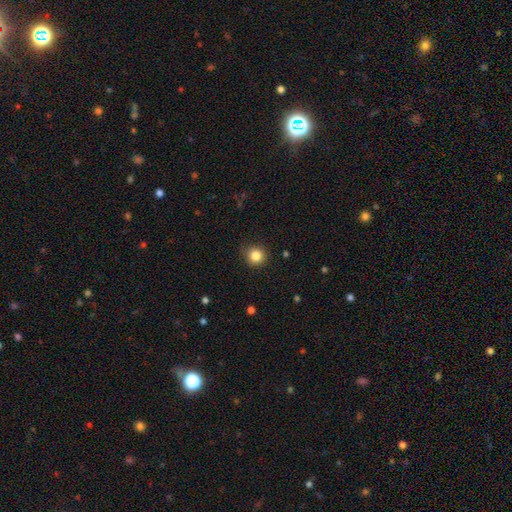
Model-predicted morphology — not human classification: Smooth or featured? Predicted: smooth (p=0.84). How rounded? Predicted: round (p=0.92). Merging? Predicted: none (p=0.87).